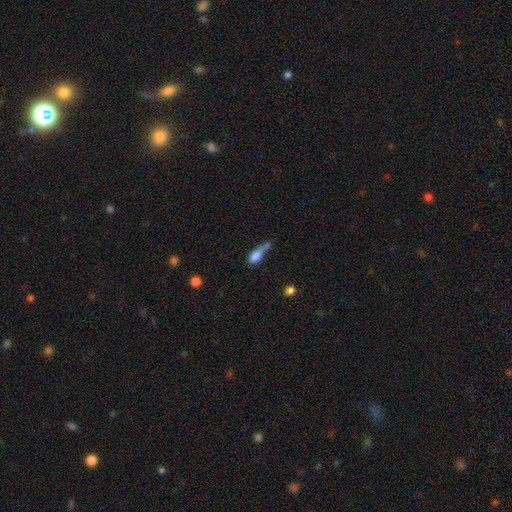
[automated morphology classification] smooth_or_featured: smooth (p=0.76) [alt: featured or disk p=0.15]
how_rounded: in between (p=0.73) [alt: cigar-shaped p=0.19]
merging: merger (p=0.26) [alt: none p=0.25]